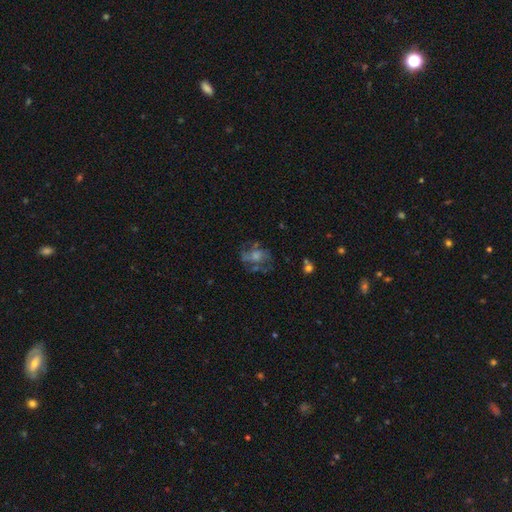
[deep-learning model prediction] A featured or disk galaxy (51%). Merging: none (45%).